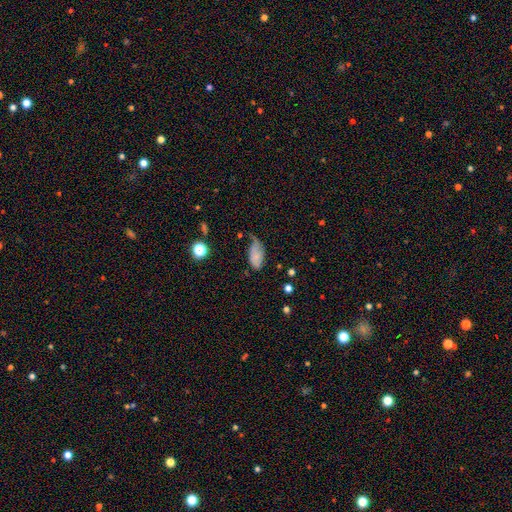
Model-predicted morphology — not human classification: Smooth or featured?
  - smooth: 73% *
  - featured or disk: 17%
  - star or artifact: 10%
How rounded?
  - in between: 92% *
  - cigar-shaped: 4%
  - round: 4%
Merging?
  - minor disturbance: 43% *
  - none: 29%
  - major disturbance: 23%
  - merger: 5%